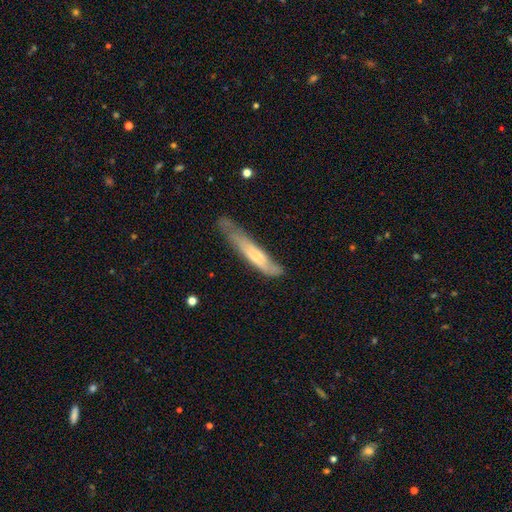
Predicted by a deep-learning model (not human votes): smooth 52%, featured or disk 41%, star or artifact 6%. Down the decision tree: how rounded — cigar-shaped (86%); merging — none (41%).